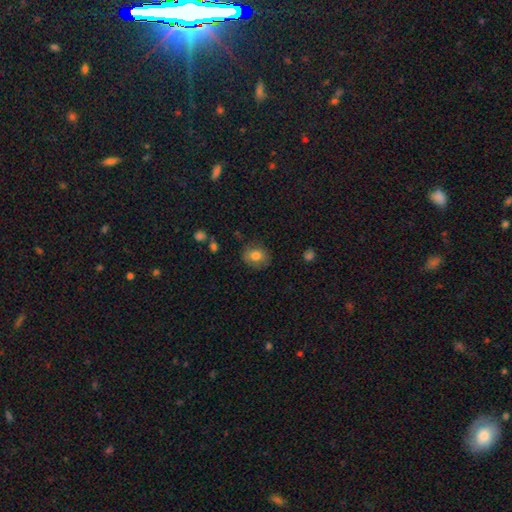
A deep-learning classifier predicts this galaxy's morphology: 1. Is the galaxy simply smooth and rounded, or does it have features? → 79% smooth, 12% featured or disk, 9% star or artifact.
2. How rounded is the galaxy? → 62% round, 37% in between, 1% cigar-shaped.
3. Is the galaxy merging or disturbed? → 81% none, 14% minor disturbance, 4% major disturbance, 1% merger.